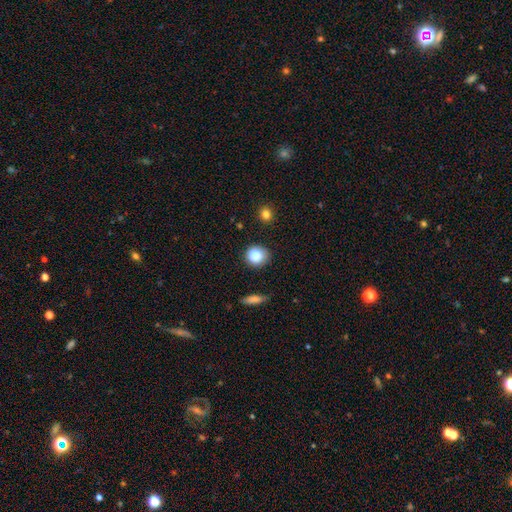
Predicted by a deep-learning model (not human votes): Morphology: type=smooth (85%); roundness=round (86%); merging=none (82%).